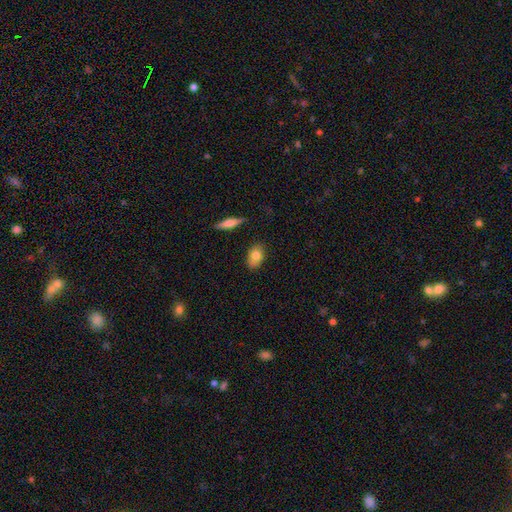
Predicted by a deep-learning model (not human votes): Morphology: type=smooth (78%); roundness=in between (82%); merging=none (77%).